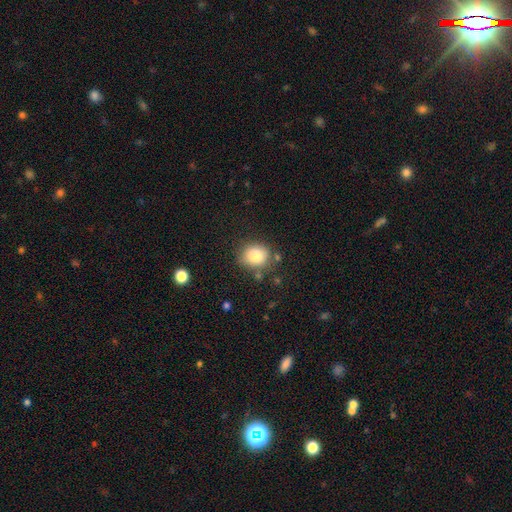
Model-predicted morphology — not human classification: Overall: smooth (84%). How rounded: round (68%; in between 31%). Merging: none (77%).